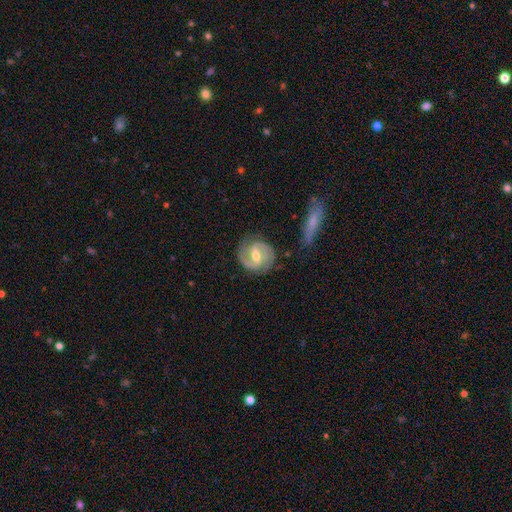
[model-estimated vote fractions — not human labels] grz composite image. It shows a featured or disk galaxy (84%) with a weak bar (45%), 2 (86%) medium (45%) spiral arms (94%) and a moderate central bulge (67%). Merging: none (78%).